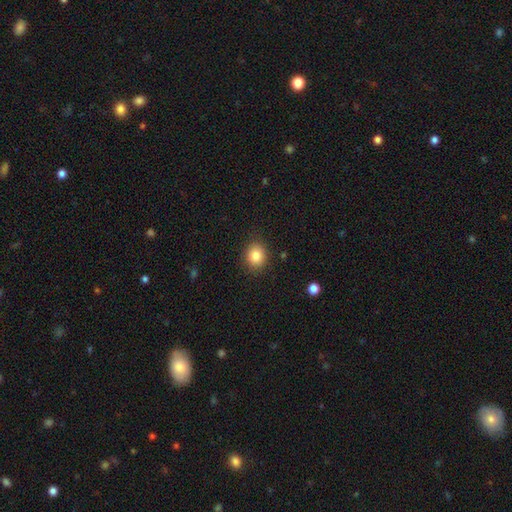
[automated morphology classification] Smooth or featured? Predicted: smooth (p=0.84). How rounded? Predicted: round (p=0.74). Merging? Predicted: none (p=0.88).